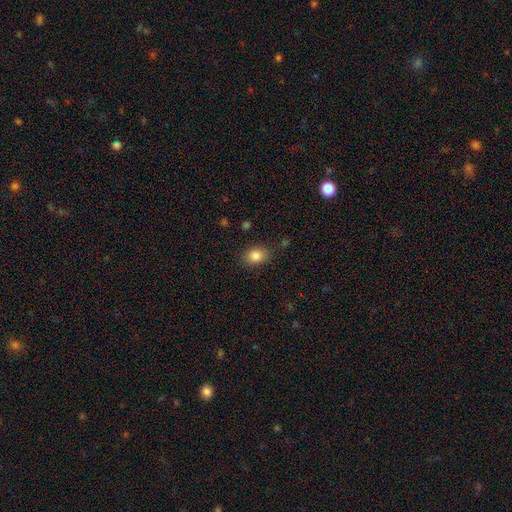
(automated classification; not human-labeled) smooth-or-featured: smooth: 85% | star or artifact: 9% | featured or disk: 6%
  how-rounded: in between: 67% | round: 32% | cigar-shaped: 1%
  merging: none: 83% | minor disturbance: 12% | major disturbance: 3% | merger: 2%